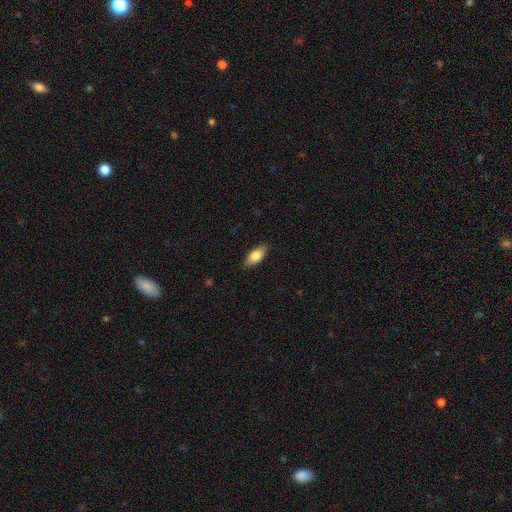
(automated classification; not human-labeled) This appears to be a smooth galaxy with no disk features (75%) that is in between round and cigar-shaped (80%). Merging: none (86%).